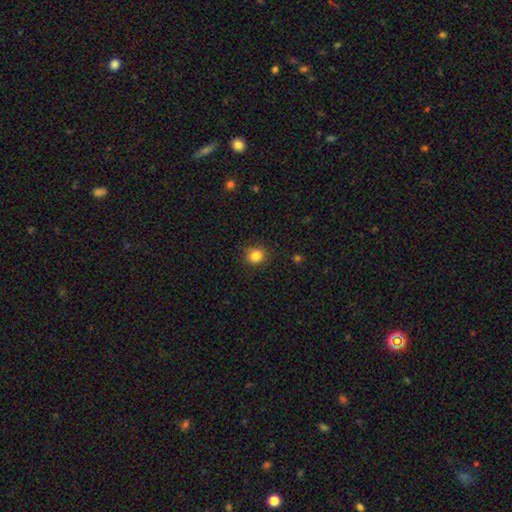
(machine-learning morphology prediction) smooth 84%, star or artifact 11%, featured or disk 4%. Down the decision tree: how rounded — round (77%); merging — none (86%).